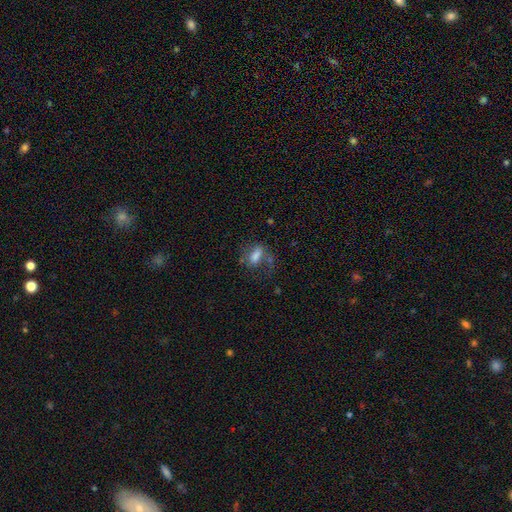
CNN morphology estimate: type=smooth (65%); roundness=in between (77%); merging=none (49%).